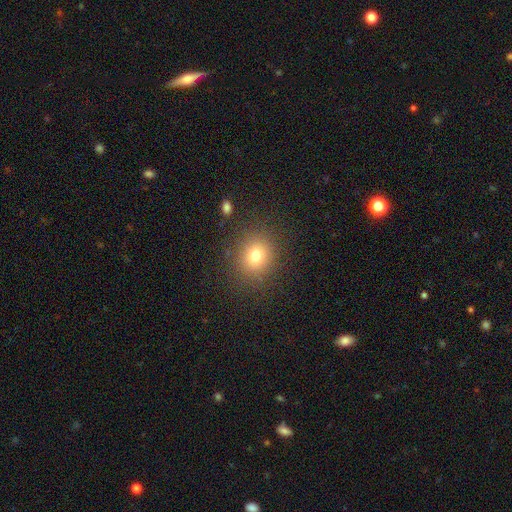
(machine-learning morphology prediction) The model was most divided on "smooth or featured": smooth: 75%, star or artifact: 15%, featured or disk: 10%. More confident: merging — none (85%); how rounded — round (80%).